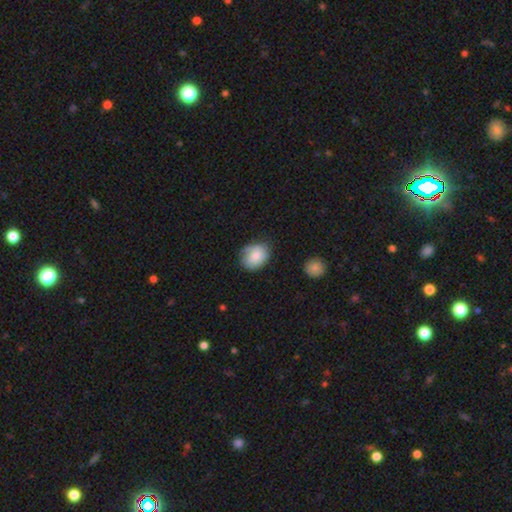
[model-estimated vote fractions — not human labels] Smooth or featured?
  - smooth: 78% *
  - featured or disk: 15%
  - star or artifact: 7%
How rounded?
  - round: 51% *
  - in between: 48%
  - cigar-shaped: 1%
Merging?
  - none: 66% *
  - minor disturbance: 26%
  - major disturbance: 6%
  - merger: 2%